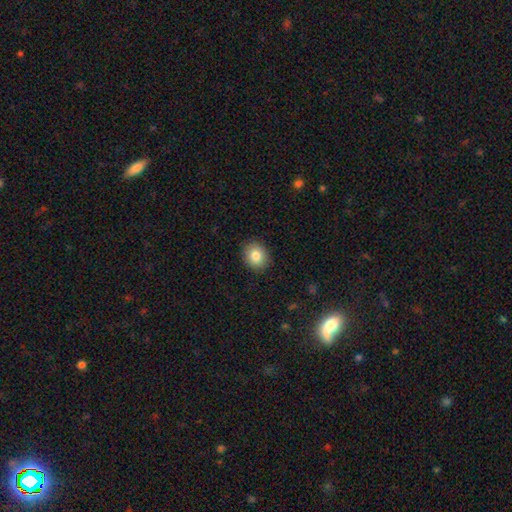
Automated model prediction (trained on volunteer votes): Overall: smooth (84%). How rounded: round (65%; in between 35%). Merging: none (90%).